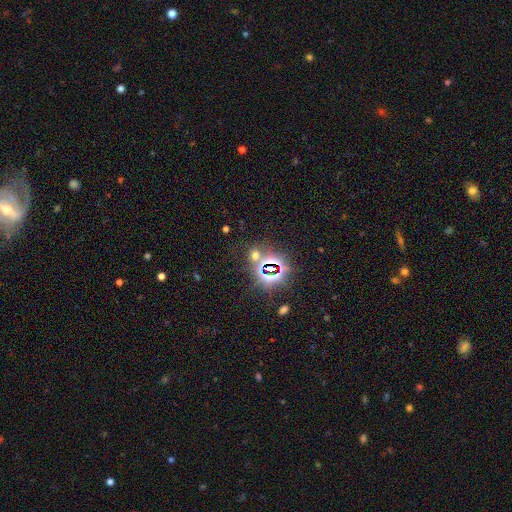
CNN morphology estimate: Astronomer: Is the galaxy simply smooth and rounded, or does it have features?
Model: star or artifact — 63%.